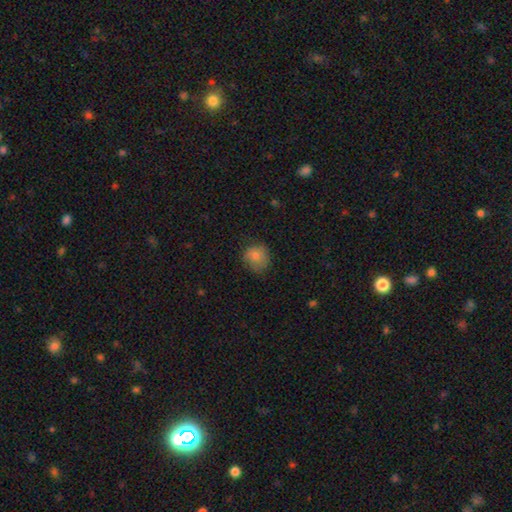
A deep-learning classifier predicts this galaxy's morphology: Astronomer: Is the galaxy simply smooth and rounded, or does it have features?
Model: smooth — 80%.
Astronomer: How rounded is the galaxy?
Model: round — 82%.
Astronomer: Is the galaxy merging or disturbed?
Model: none — 70%.